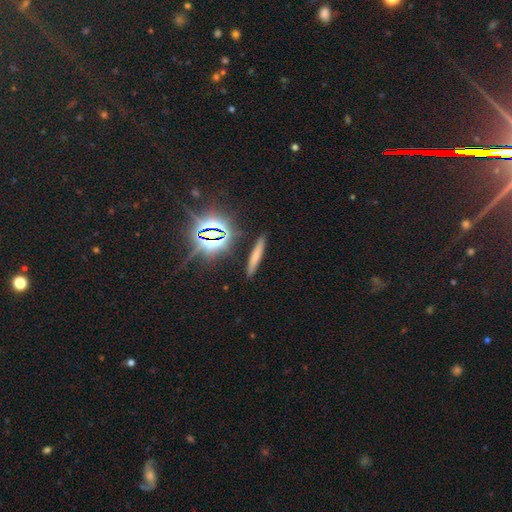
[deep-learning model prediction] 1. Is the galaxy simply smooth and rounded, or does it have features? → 62% smooth, 20% star or artifact, 18% featured or disk.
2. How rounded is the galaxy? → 90% cigar-shaped, 7% in between, 3% round.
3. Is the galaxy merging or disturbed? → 89% none, 7% minor disturbance, 2% major disturbance, 2% merger.